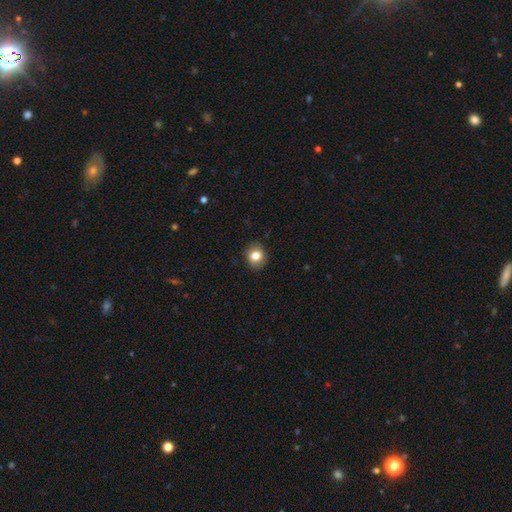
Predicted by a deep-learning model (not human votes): Smooth or featured?
  - smooth: 81% *
  - featured or disk: 10%
  - star or artifact: 10%
How rounded?
  - round: 74% *
  - in between: 25%
  - cigar-shaped: 1%
Merging?
  - none: 87% *
  - minor disturbance: 10%
  - major disturbance: 2%
  - merger: 1%